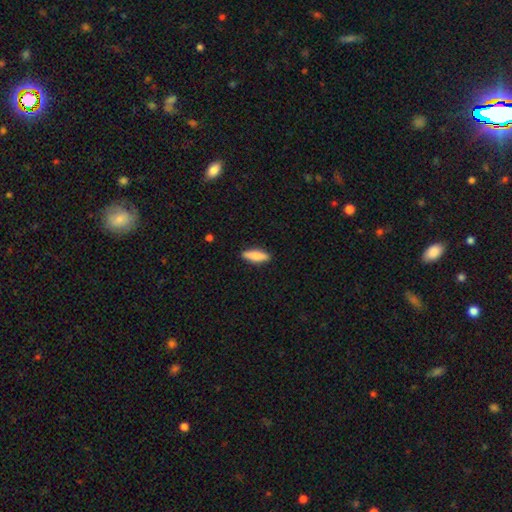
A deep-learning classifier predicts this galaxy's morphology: A smooth galaxy with no disk features (81%) that is cigar-shaped (54%).

Vote fractions:
- Smooth or featured? smooth: 81% / featured or disk: 13% / star or artifact: 6%
- How rounded? cigar-shaped: 54% / in between: 44% / round: 2%
- Merging? none: 89% / minor disturbance: 8% / major disturbance: 2% / merger: 1%